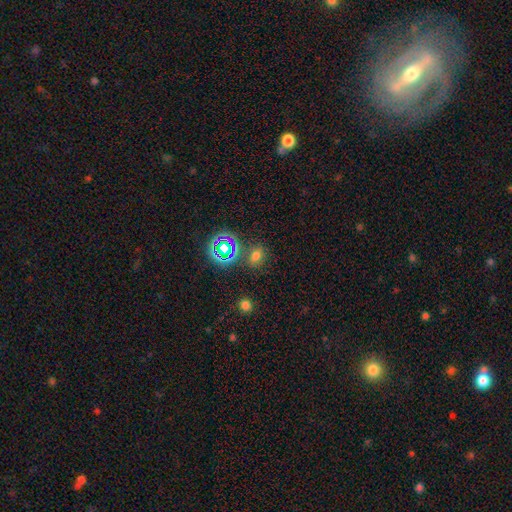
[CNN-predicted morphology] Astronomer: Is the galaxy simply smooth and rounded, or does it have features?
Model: smooth — 59%.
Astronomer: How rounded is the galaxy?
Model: in between — 57% (runner-up: round, 41%).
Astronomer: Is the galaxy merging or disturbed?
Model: none — 76%.